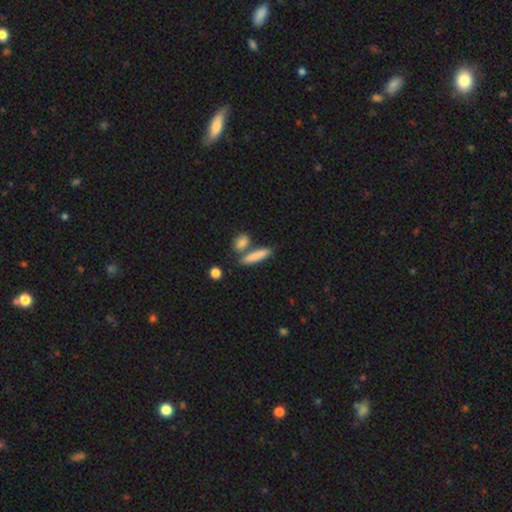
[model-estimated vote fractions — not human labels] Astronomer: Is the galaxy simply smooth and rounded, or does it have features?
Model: smooth — 82%.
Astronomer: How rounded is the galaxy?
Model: cigar-shaped — 71%.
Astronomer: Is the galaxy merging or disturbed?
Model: none — 68%.